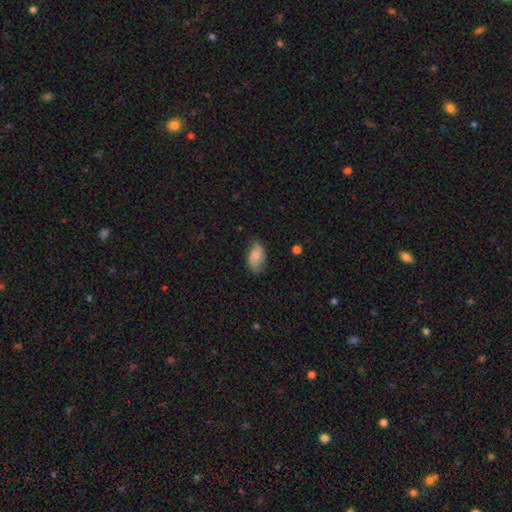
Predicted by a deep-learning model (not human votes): Smooth or featured? smooth (64%)
How rounded? in between (92%)
Merging? none (62%)